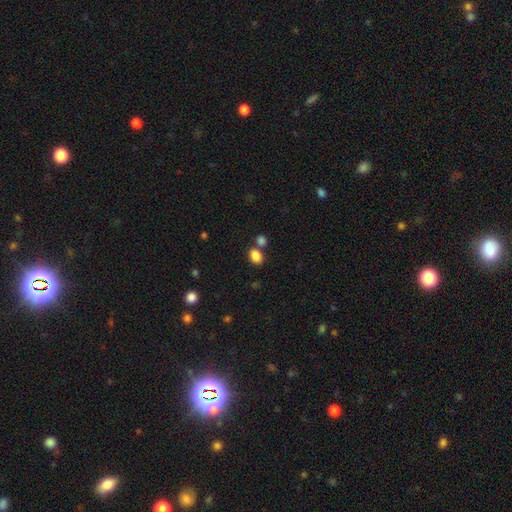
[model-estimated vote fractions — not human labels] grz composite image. It shows a smooth galaxy with no disk features (85%) that is in between round and cigar-shaped (72%). Merging: none (61%).